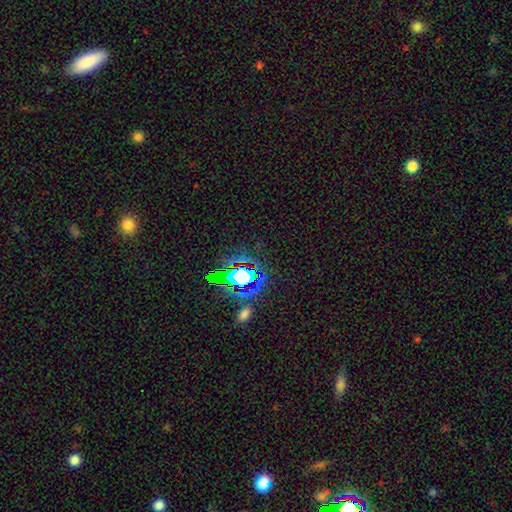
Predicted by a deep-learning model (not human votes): smooth_or_featured: star or artifact (p=0.79) [alt: smooth p=0.13]